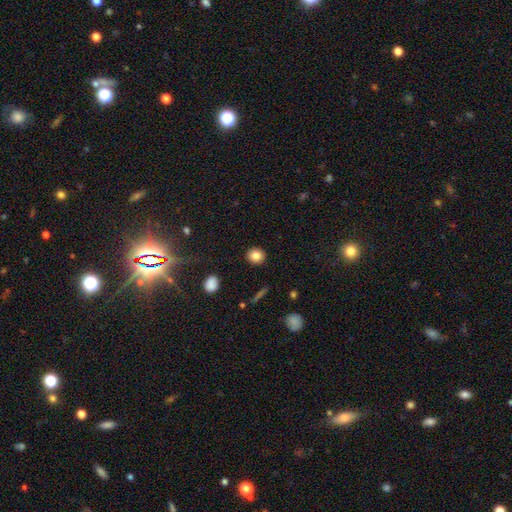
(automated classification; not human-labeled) Smooth or featured? Predicted: smooth (p=0.83). How rounded? Predicted: round (p=0.86). Merging? Predicted: none (p=0.91).